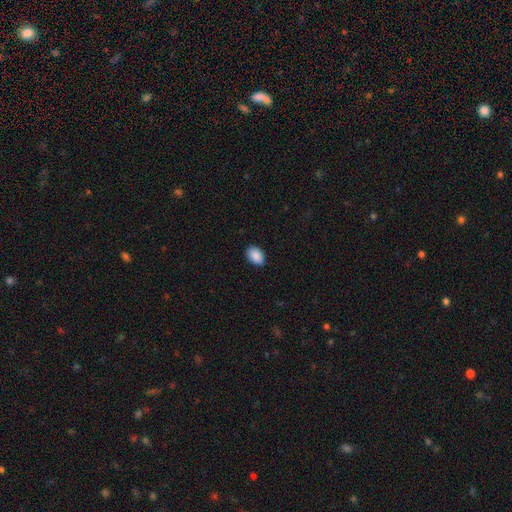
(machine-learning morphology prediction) Overall: smooth (90%). How rounded: in between (85%). Merging: none (86%).